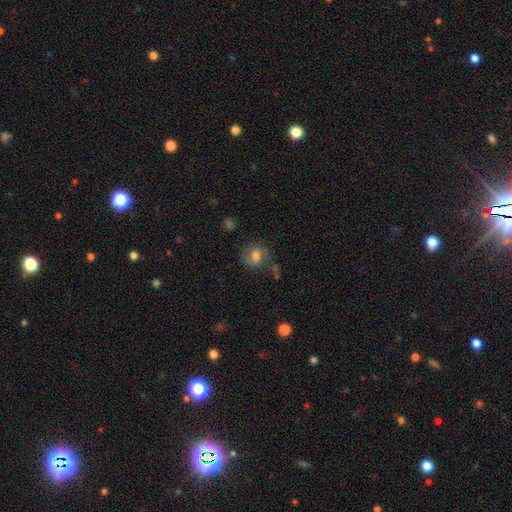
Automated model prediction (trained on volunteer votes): Smooth or featured: smooth — 64% (featured or disk — 26%)
How rounded: round — 69% (in between — 29%)
Merging: none — 67% (minor disturbance — 20%)